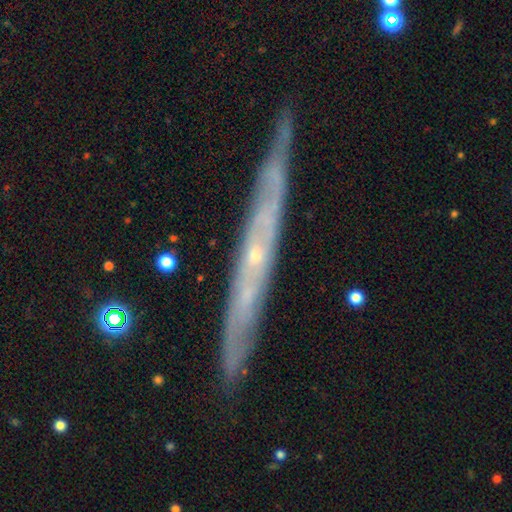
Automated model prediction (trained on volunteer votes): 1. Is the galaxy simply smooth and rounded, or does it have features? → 80% featured or disk, 13% smooth, 7% star or artifact.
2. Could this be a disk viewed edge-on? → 80% yes, 20% no.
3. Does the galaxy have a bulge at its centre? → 59% none, 39% rounded, 2% boxy.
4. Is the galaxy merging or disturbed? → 83% none, 13% minor disturbance, 2% major disturbance, 1% merger.